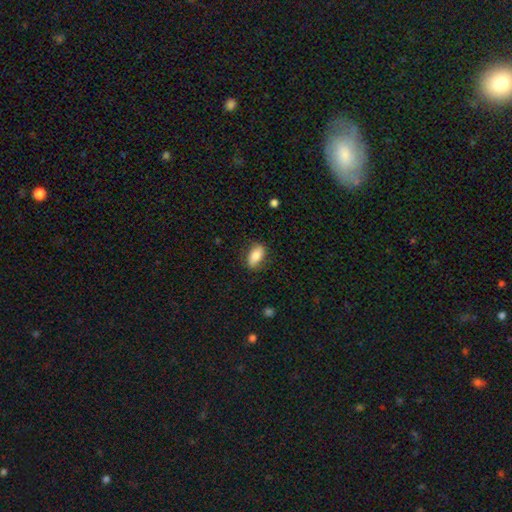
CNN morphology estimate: type=smooth (82%); roundness=in between (87%); merging=none (80%).